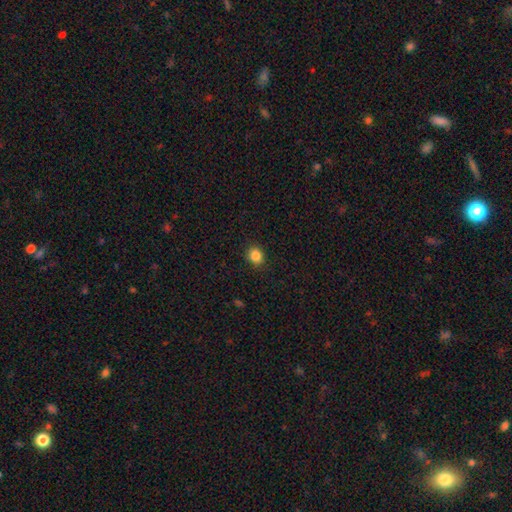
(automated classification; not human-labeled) smooth-or-featured: smooth: 85% | star or artifact: 11% | featured or disk: 4%
  how-rounded: round: 70% | in between: 30% | cigar-shaped: 1%
  merging: none: 89% | minor disturbance: 8% | major disturbance: 2% | merger: 1%